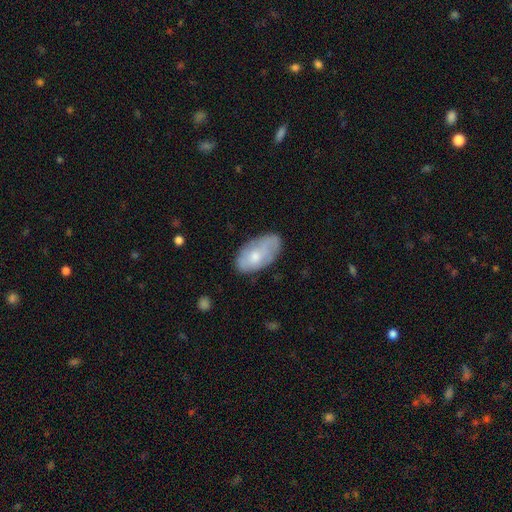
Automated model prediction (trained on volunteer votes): This is likely a smooth galaxy (64%). How rounded: clearly in between (94%). Merging: likely none (65%).